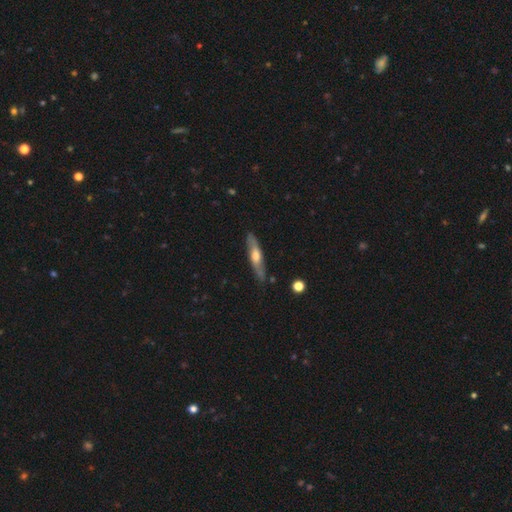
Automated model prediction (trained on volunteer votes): Q: Smooth or featured?
A: featured or disk (56%); runner-up: smooth (38%)
Q: Edge-on disk?
A: yes (77%); runner-up: no (23%)
Q: Merging?
A: none (83%); runner-up: minor disturbance (13%)